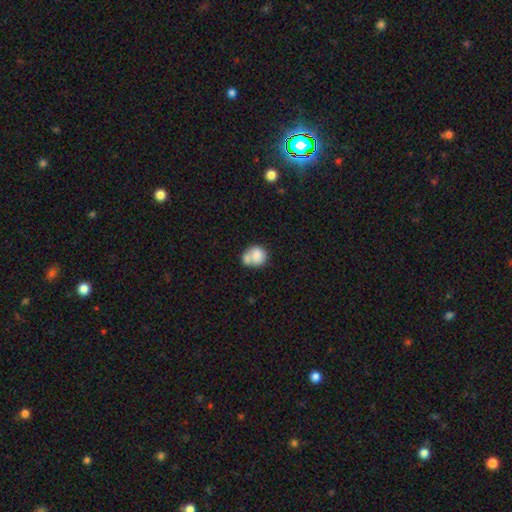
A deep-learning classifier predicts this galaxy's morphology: This appears to be a smooth galaxy with no disk features (77%) that is round (75%). Merging: merger (50%).